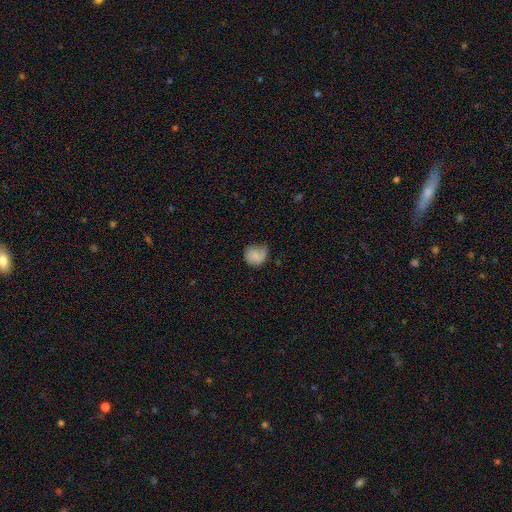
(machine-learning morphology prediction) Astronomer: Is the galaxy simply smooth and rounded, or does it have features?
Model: smooth — 73%.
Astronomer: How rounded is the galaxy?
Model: round — 78%.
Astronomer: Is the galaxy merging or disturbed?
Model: none — 56% (runner-up: minor disturbance, 32%).